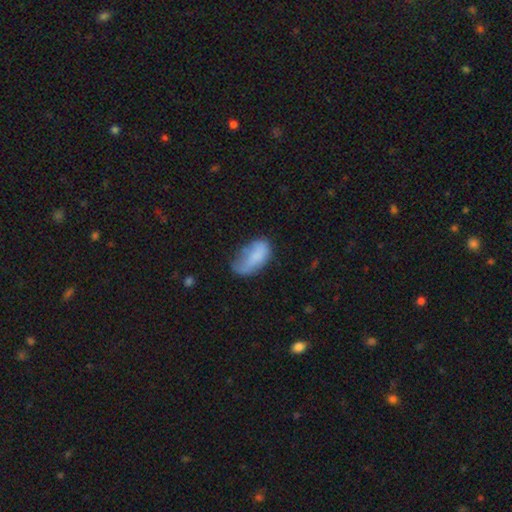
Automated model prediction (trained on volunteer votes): Q: Smooth or featured?
A: smooth (72%); runner-up: featured or disk (20%)
Q: How rounded?
A: in between (93%); runner-up: round (4%)
Q: Merging?
A: minor disturbance (35%); runner-up: none (34%)